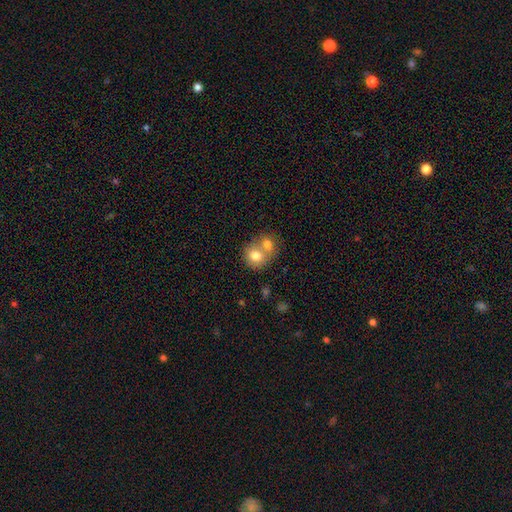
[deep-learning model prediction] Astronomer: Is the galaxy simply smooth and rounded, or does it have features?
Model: smooth — 73%.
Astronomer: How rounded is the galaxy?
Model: round — 70%.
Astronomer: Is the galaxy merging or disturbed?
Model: merger — 63%.